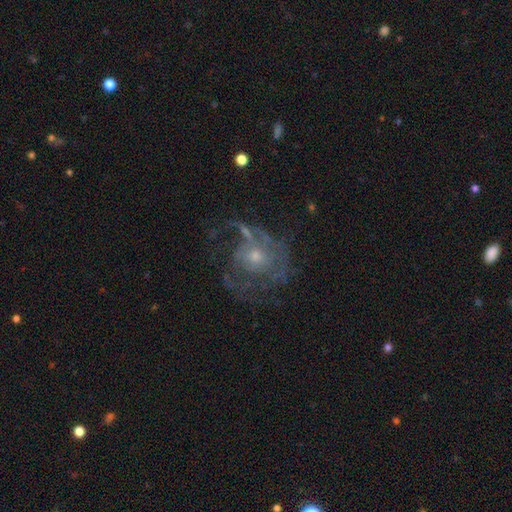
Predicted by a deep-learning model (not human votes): This appears to be a featured or disk galaxy (74%) with no bar (82%), tight (37%) spiral arms (71%) and a small central bulge (54%). Merging: none (45%).